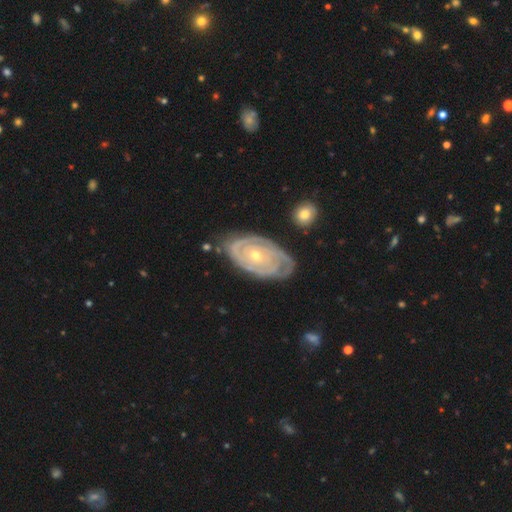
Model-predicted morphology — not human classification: Smooth or featured: featured or disk — 87% (smooth — 9%)
Edge-on disk: no — 95% (yes — 5%)
Bar: no — 79% (weak — 16%)
Spiral arms: yes — 93% (no — 7%)
Spiral winding: tight — 84% (medium — 13%)
Spiral arm count: can't tell — 35% (2 — 31%)
Bulge size: small — 59% (moderate — 38%)
Merging: none — 73% (minor disturbance — 19%)